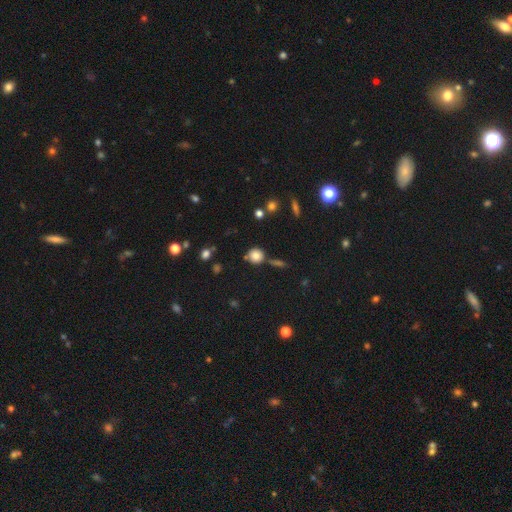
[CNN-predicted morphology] smooth-or-featured: smooth: 80% | star or artifact: 12% | featured or disk: 8%
  how-rounded: round: 90% | in between: 9% | cigar-shaped: 1%
  merging: none: 74% | minor disturbance: 12% | merger: 11% | major disturbance: 3%